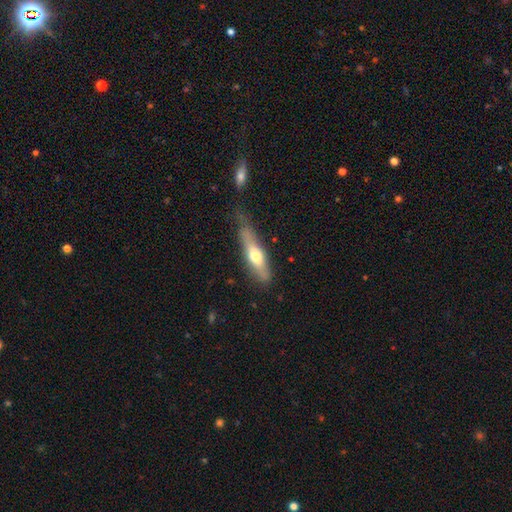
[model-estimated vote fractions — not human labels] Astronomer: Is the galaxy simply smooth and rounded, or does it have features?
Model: smooth — 54% (runner-up: featured or disk, 40%).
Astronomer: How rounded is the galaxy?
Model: cigar-shaped — 69%.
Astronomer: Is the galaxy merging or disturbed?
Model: none — 60%.